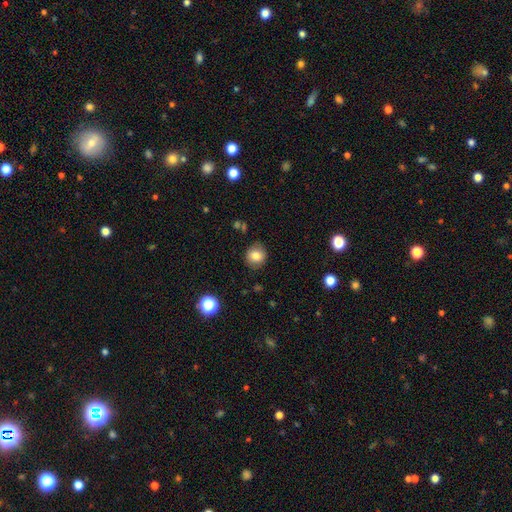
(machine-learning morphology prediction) A smooth galaxy with no disk features (80%) that is round (84%).

Vote fractions:
- Smooth or featured? smooth: 80% / star or artifact: 10% / featured or disk: 10%
- How rounded? round: 84% / in between: 15% / cigar-shaped: 1%
- Merging? none: 84% / minor disturbance: 11% / major disturbance: 3% / merger: 2%